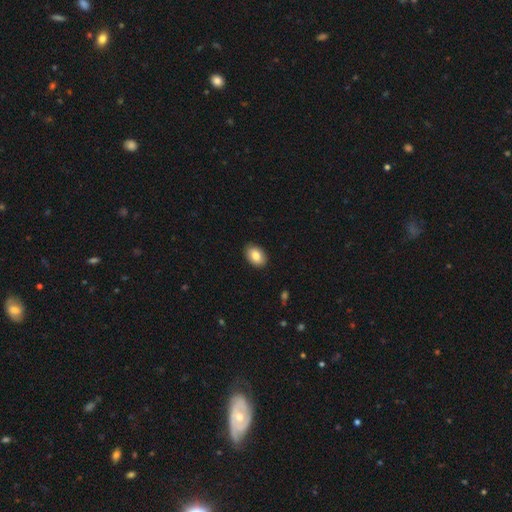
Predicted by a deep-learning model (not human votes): A smooth galaxy with no disk features (83%) that is in between round and cigar-shaped (84%).

Vote fractions:
- Smooth or featured? smooth: 83% / featured or disk: 10% / star or artifact: 7%
- How rounded? in between: 84% / round: 15% / cigar-shaped: 1%
- Merging? none: 90% / minor disturbance: 7% / major disturbance: 2% / merger: 1%